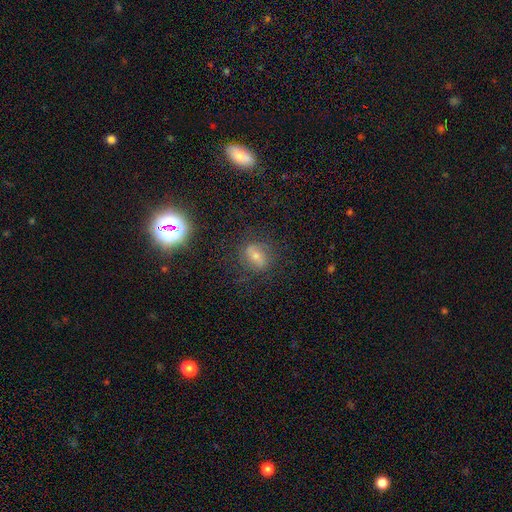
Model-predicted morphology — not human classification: This appears to be a smooth galaxy with no disk features (43%). Merging: none (79%).